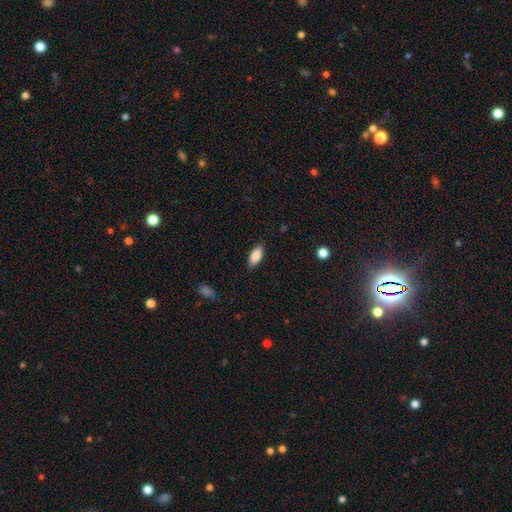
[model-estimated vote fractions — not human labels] smooth-or-featured: smooth: 83% | featured or disk: 10% | star or artifact: 6%
  how-rounded: in between: 83% | cigar-shaped: 15% | round: 2%
  merging: none: 86% | minor disturbance: 10% | major disturbance: 2% | merger: 1%